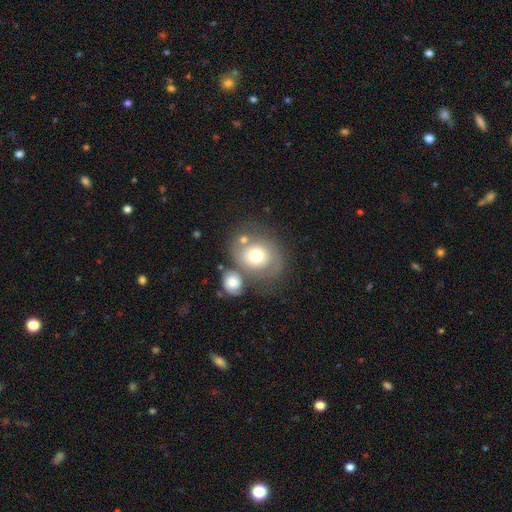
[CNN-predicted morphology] Smooth or featured?
  - smooth: 52% *
  - featured or disk: 40%
  - star or artifact: 8%
How rounded?
  - round: 64% *
  - in between: 35%
  - cigar-shaped: 1%
Merging?
  - none: 49% *
  - merger: 23%
  - minor disturbance: 17%
  - major disturbance: 11%